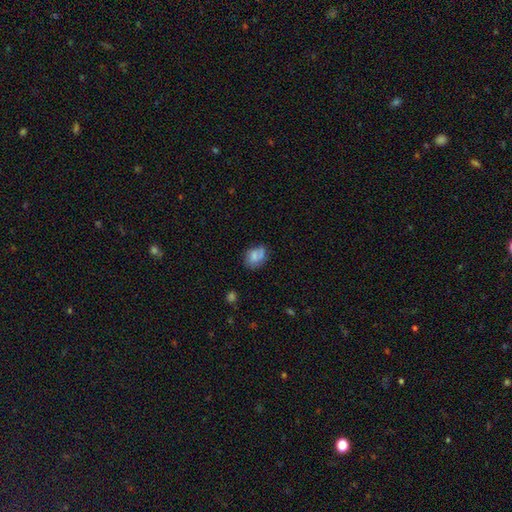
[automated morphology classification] Overall: smooth (68%). How rounded: in between (71%). Merging: none (58%; minor disturbance 26%).